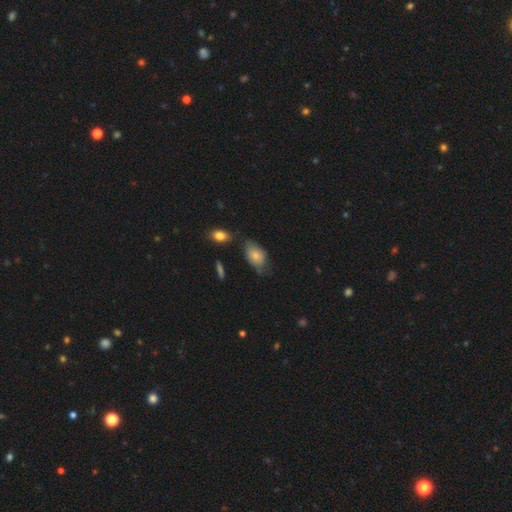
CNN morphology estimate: The model was most divided on "merging": none: 48%, minor disturbance: 37%, major disturbance: 10%, merger: 5%. More confident: how rounded — in between (88%); smooth or featured — smooth (79%).